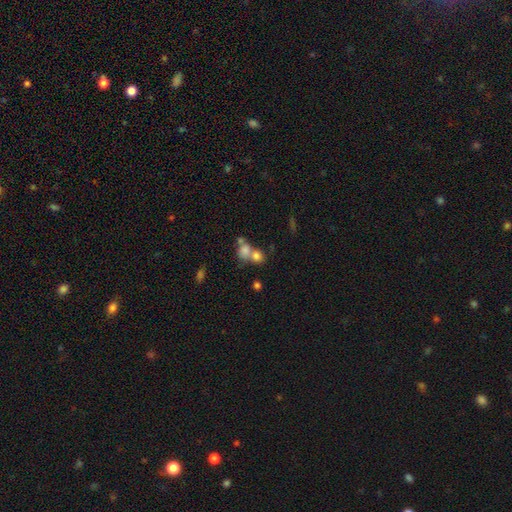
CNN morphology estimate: Smooth or featured?
  - smooth: 75% *
  - featured or disk: 13%
  - star or artifact: 12%
How rounded?
  - round: 71% *
  - in between: 28%
  - cigar-shaped: 2%
Merging?
  - merger: 55% *
  - none: 33%
  - minor disturbance: 7%
  - major disturbance: 5%